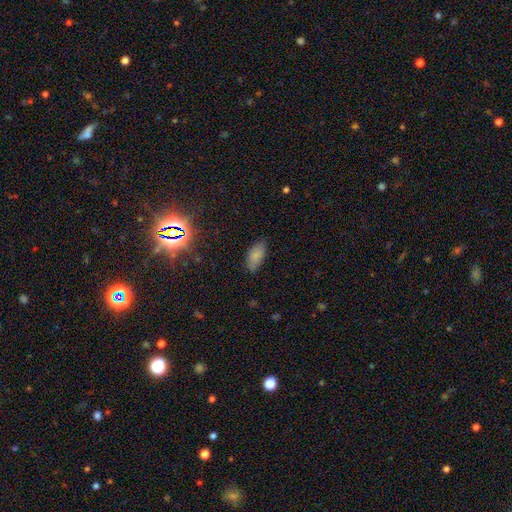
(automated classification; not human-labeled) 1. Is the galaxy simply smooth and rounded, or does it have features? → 82% smooth, 9% star or artifact, 8% featured or disk.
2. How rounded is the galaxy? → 89% in between, 9% cigar-shaped, 2% round.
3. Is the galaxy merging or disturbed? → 80% none, 15% minor disturbance, 3% major disturbance, 1% merger.